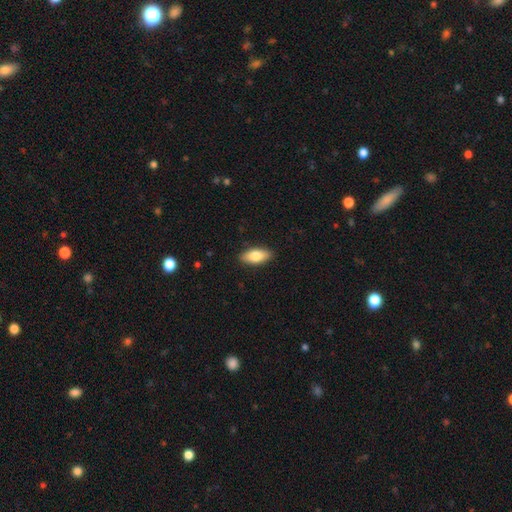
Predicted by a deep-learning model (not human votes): smooth 79%, featured or disk 15%, star or artifact 6%. Down the decision tree: how rounded — in between (86%); merging — none (88%).